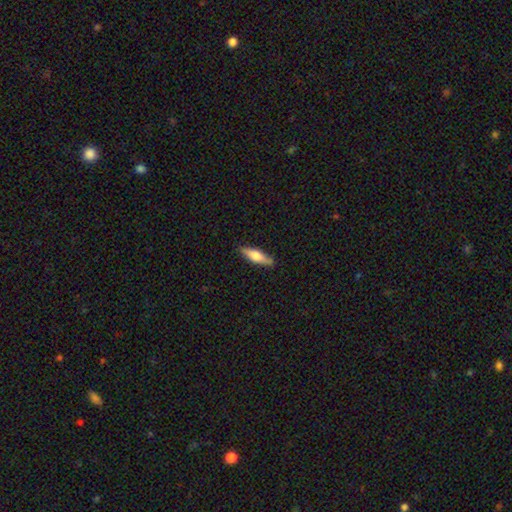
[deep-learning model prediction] This appears to be a smooth galaxy with no disk features (58%) that is cigar-shaped (66%). Merging: none (87%).